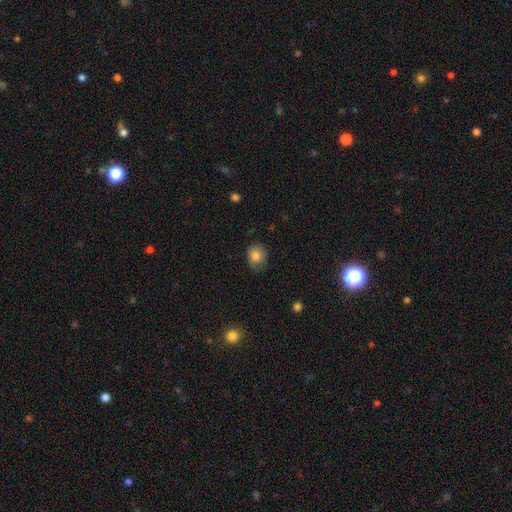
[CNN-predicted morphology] smooth-or-featured: smooth: 83% | star or artifact: 10% | featured or disk: 8%
  how-rounded: round: 65% | in between: 34% | cigar-shaped: 1%
  merging: none: 76% | minor disturbance: 19% | major disturbance: 4% | merger: 1%